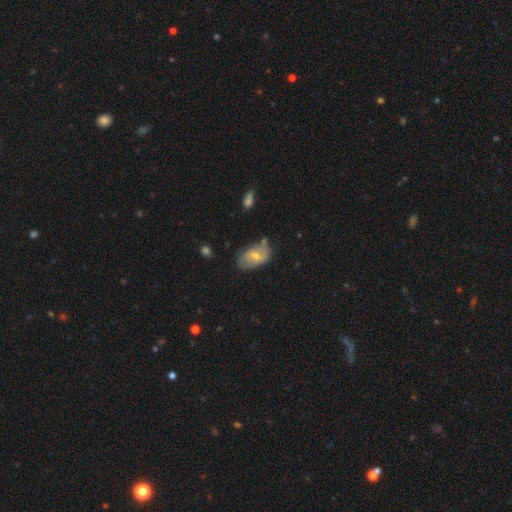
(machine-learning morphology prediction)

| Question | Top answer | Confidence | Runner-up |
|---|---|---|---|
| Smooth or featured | featured or disk | 48% | smooth (45%) |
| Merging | none | 54% | minor disturbance (31%) |